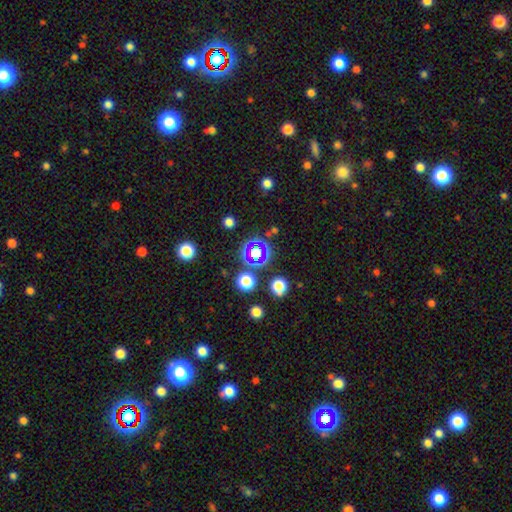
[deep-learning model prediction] Smooth or featured?
  - star or artifact: 54% *
  - smooth: 32%
  - featured or disk: 14%